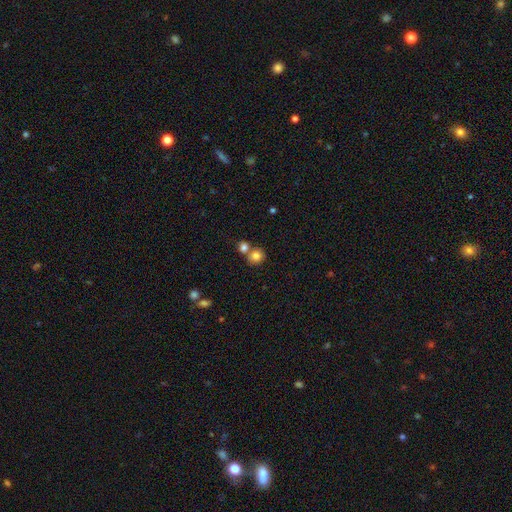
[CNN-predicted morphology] smooth-or-featured: smooth: 82% | star or artifact: 11% | featured or disk: 8%
  how-rounded: round: 85% | in between: 14% | cigar-shaped: 1%
  merging: none: 54% | merger: 35% | minor disturbance: 8% | major disturbance: 3%